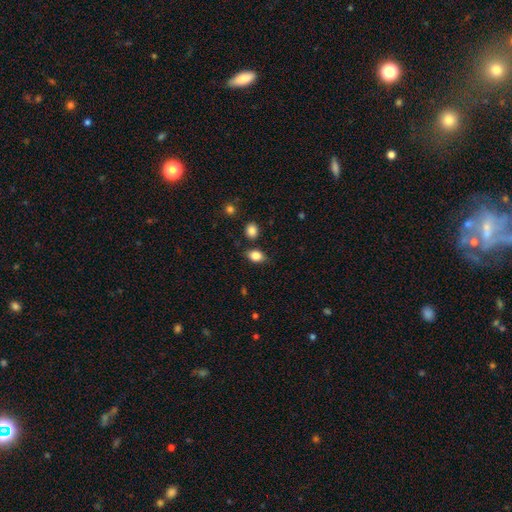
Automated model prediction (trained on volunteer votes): This appears to be a smooth galaxy with no disk features (85%) that is in between round and cigar-shaped (73%). Merging: none (77%).